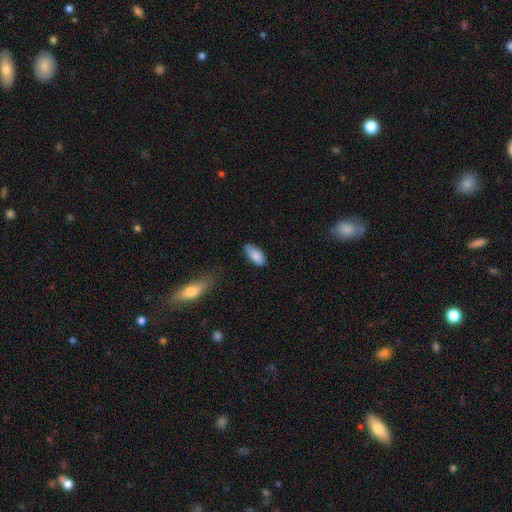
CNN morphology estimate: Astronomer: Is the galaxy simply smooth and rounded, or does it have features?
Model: smooth — 83%.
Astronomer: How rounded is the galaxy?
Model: in between — 88%.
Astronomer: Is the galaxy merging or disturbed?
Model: none — 71%.